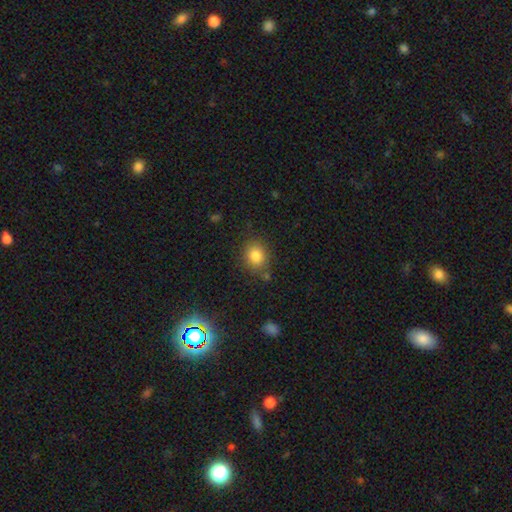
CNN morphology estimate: The model was most divided on "how rounded": round: 64%, in between: 35%, cigar-shaped: 1%. More confident: smooth or featured — smooth (83%); merging — none (78%).